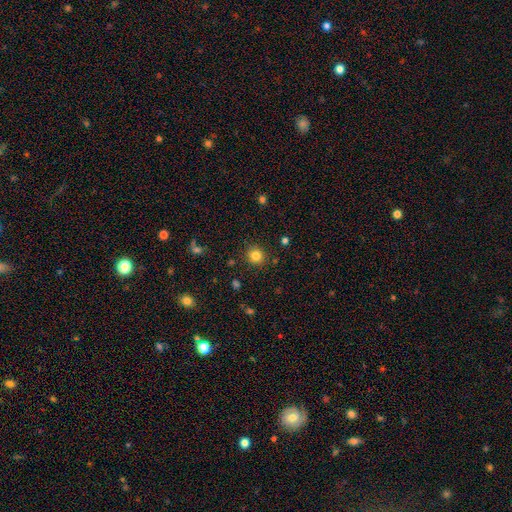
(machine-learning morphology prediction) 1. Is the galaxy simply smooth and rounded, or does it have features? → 82% smooth, 12% star or artifact, 6% featured or disk.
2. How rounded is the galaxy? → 87% round, 12% in between, 1% cigar-shaped.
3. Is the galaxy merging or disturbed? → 89% none, 7% minor disturbance, 2% major disturbance, 2% merger.